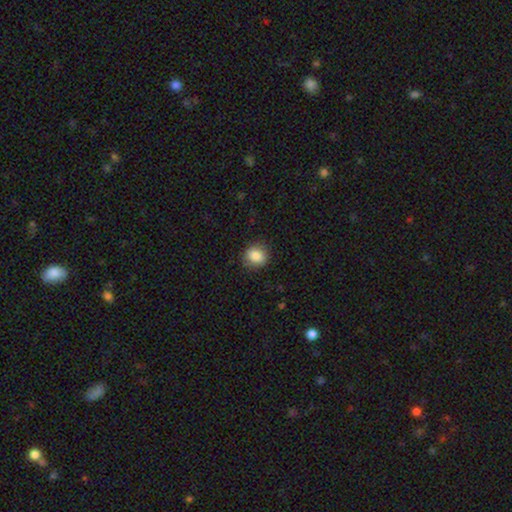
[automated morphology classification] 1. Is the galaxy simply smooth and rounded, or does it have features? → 85% smooth, 9% star or artifact, 6% featured or disk.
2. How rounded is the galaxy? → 75% round, 24% in between, 1% cigar-shaped.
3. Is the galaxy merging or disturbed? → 85% none, 11% minor disturbance, 3% major disturbance, 1% merger.